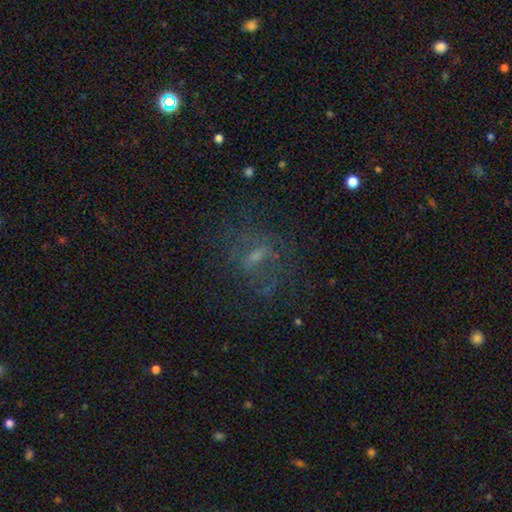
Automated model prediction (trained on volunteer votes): A featured or disk galaxy (48%).

Vote fractions:
- Smooth or featured? featured or disk: 48% / smooth: 32% / star or artifact: 20%
- Merging? none: 57% / major disturbance: 24% / minor disturbance: 17% / merger: 2%